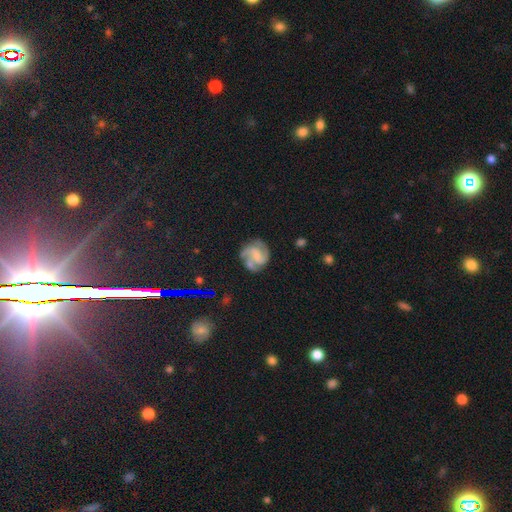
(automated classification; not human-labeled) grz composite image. It shows a featured or disk galaxy (79%) with no bar (42%, tied with weak), 3 (52%) medium (52%) spiral arms (95%) and a small central bulge (37%). Merging: none (68%).